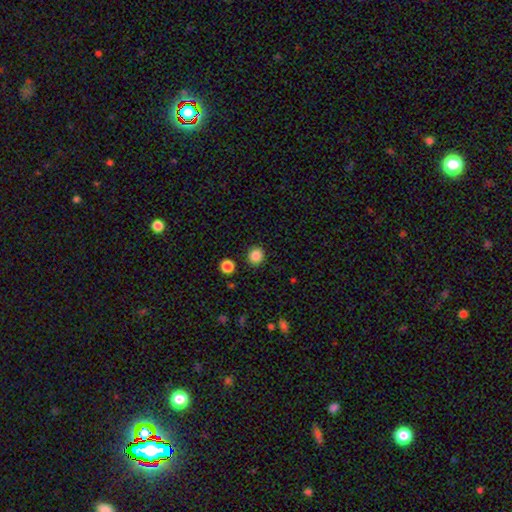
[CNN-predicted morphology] This is clearly a smooth galaxy (86%). How rounded: clearly round (87%). Merging: clearly none (90%).